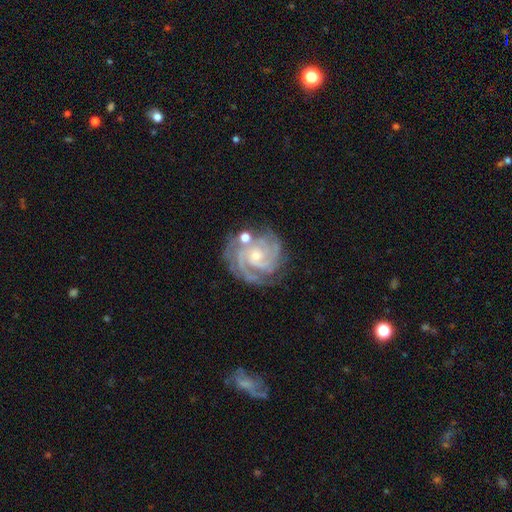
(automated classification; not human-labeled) smooth_or_featured: featured or disk (p=0.91) [alt: star or artifact p=0.05]
disk_edge_on: no (p=0.98) [alt: yes p=0.02]
bar: no (p=0.69) [alt: weak p=0.24]
has_spiral_arms: yes (p=0.98) [alt: no p=0.02]
spiral_winding: tight (p=0.77) [alt: medium p=0.21]
spiral_arm_count: 3 (p=0.41) [alt: 2 p=0.19]
bulge_size: small (p=0.69) [alt: moderate p=0.26]
merging: none (p=0.72) [alt: minor disturbance p=0.17]